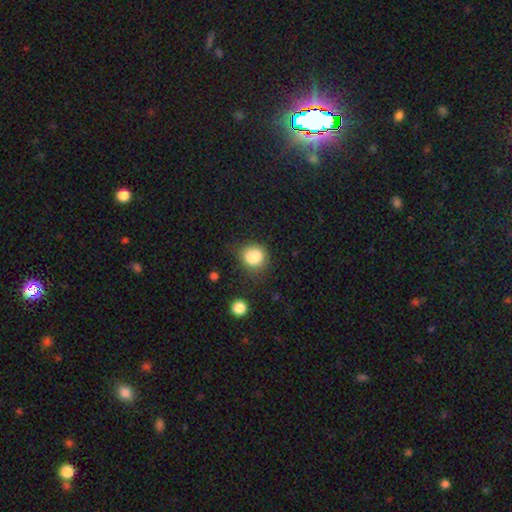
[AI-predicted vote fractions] Smooth or featured: smooth — 82% (star or artifact — 11%)
How rounded: round — 71% (in between — 28%)
Merging: none — 63% (minor disturbance — 22%)